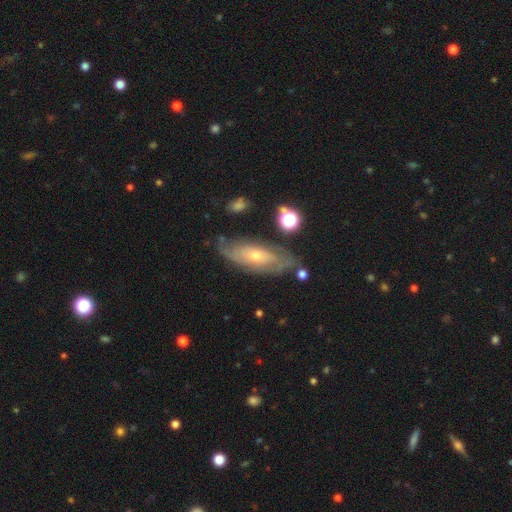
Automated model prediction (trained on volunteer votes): This appears to be a featured or disk galaxy (68%) with no bar (74%), spiral arms (77%) and a small central bulge (60%). Merging: none (70%).